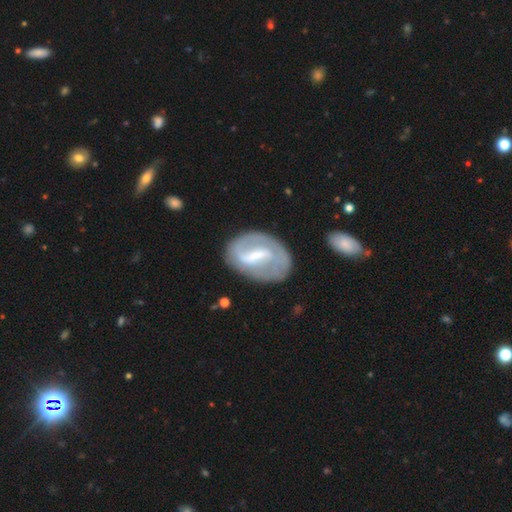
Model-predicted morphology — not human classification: A featured or disk galaxy (68%) with a strong bar (51%), spiral arms (68%) and a small central bulge (39%). Merging: none (66%).